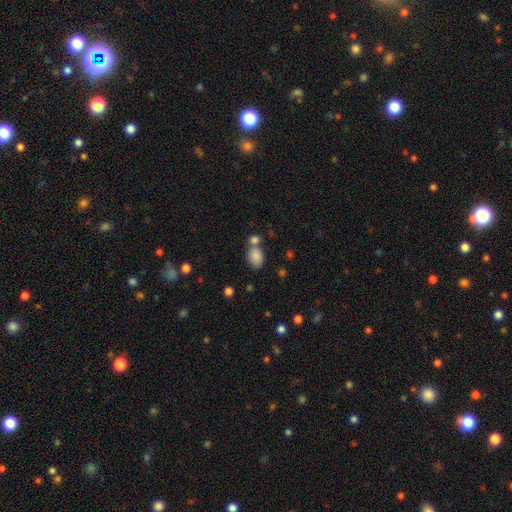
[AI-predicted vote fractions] smooth-or-featured: smooth: 85% | star or artifact: 9% | featured or disk: 6%
  how-rounded: in between: 77% | round: 22% | cigar-shaped: 1%
  merging: none: 50% | merger: 33% | minor disturbance: 13% | major disturbance: 5%